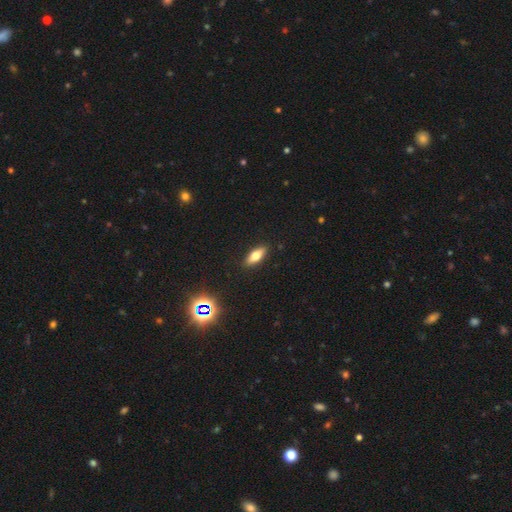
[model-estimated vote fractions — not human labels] Smooth or featured? smooth (65%)
How rounded? in between (69%)
Merging? none (89%)